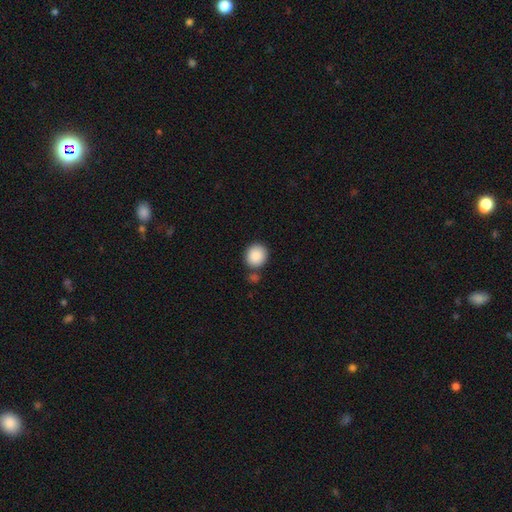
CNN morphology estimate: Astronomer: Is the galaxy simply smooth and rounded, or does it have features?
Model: smooth — 89%.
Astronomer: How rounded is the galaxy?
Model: round — 82%.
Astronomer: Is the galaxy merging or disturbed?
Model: none — 75%.